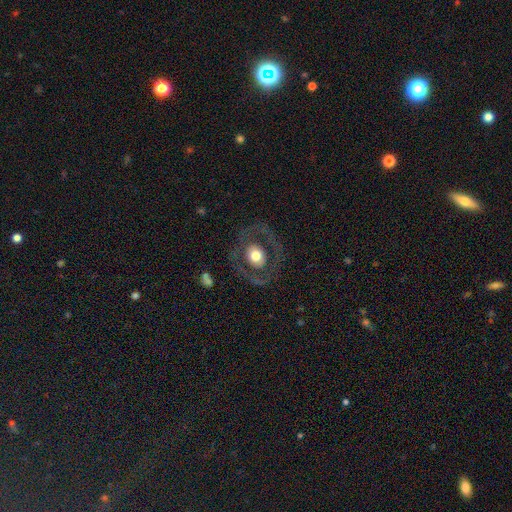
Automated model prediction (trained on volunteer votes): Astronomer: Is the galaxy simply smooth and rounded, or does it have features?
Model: featured or disk — 49% (runner-up: smooth, 44%).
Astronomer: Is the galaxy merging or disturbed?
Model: none — 78%.